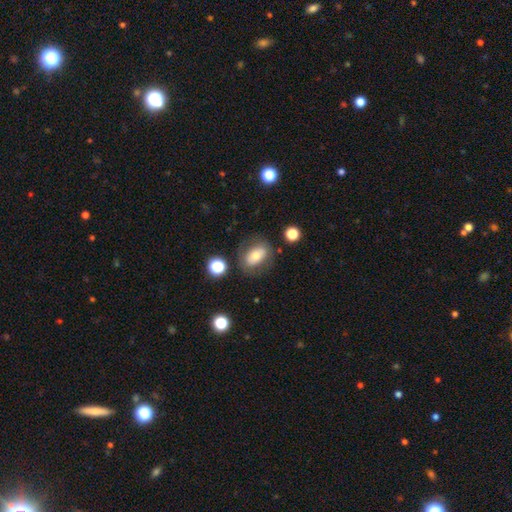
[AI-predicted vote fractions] Q: Smooth or featured?
A: smooth (63%); runner-up: featured or disk (27%)
Q: How rounded?
A: in between (80%); runner-up: round (18%)
Q: Merging?
A: none (73%); runner-up: minor disturbance (15%)